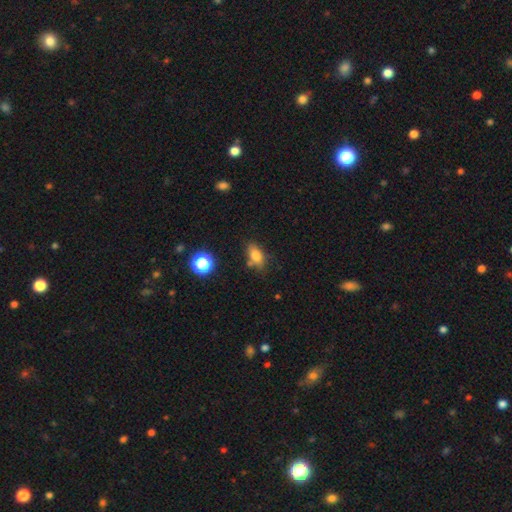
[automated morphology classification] A smooth galaxy with no disk features (79%) that is in between round and cigar-shaped (82%). Merging: none (70%).